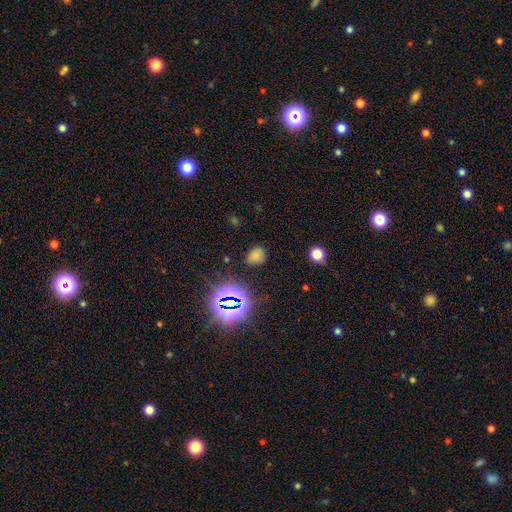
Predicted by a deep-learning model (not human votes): Morphology: type=smooth (65%); roundness=round (55%); merging=none (81%).